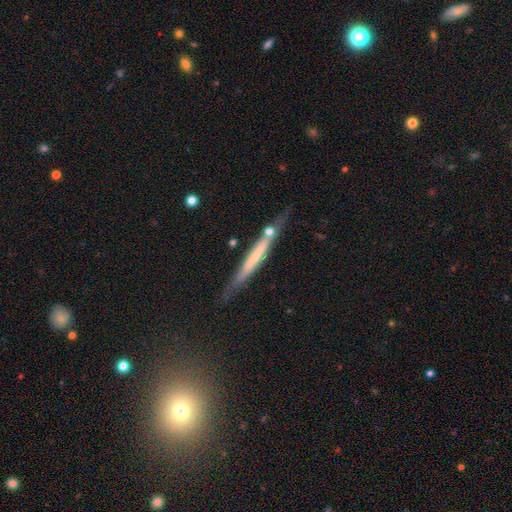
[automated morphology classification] This is possibly a featured or disk galaxy (56%). It is clearly viewed edge-on (92%). Edge-on bulge: likely none (70%). Merging: likely none (69%).